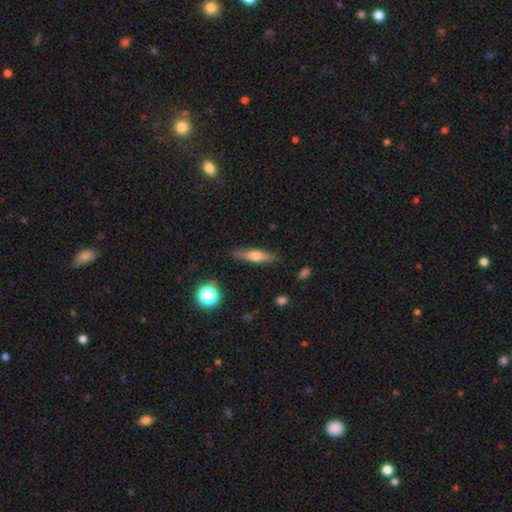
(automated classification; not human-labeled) Smooth or featured? smooth (55%)
How rounded? cigar-shaped (74%)
Merging? none (85%)